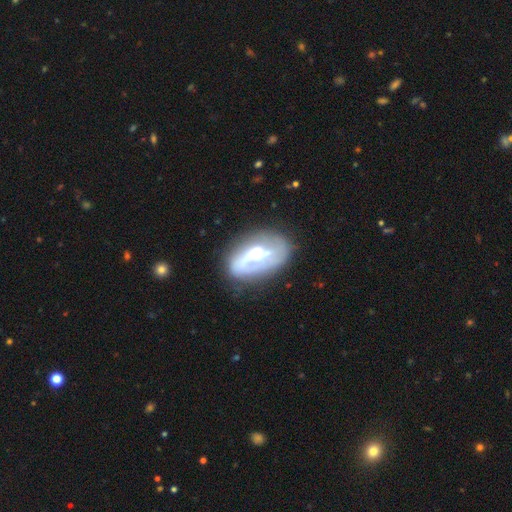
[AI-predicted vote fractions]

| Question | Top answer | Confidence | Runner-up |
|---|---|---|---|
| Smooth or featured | featured or disk | 64% | smooth (29%) |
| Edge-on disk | no | 95% | yes (5%) |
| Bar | no | 47% | weak (34%) |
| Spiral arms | yes | 68% | no (32%) |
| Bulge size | moderate | 45% | small (22%) |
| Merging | none | 54% | minor disturbance (23%) |